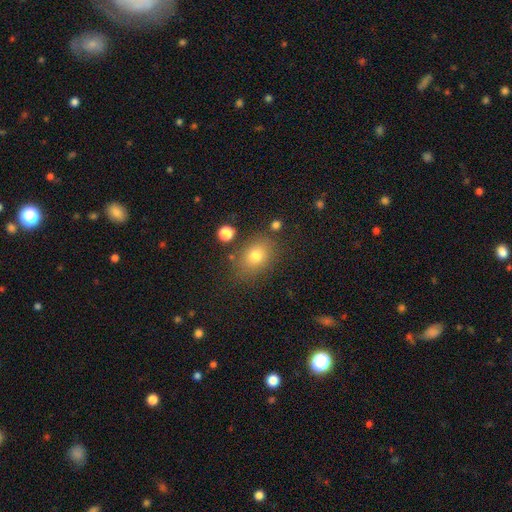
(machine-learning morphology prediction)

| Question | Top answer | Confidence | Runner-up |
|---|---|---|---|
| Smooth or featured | smooth | 77% | star or artifact (12%) |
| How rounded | in between | 64% | round (35%) |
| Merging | none | 77% | minor disturbance (14%) |